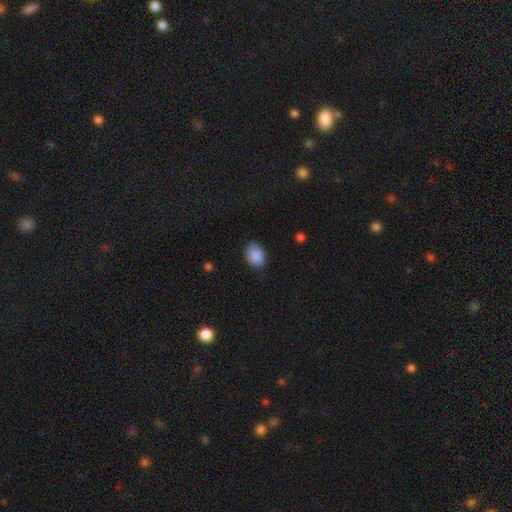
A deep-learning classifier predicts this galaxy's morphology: This is clearly a smooth galaxy (88%). How rounded: possibly in between (58%). Merging: likely none (74%).